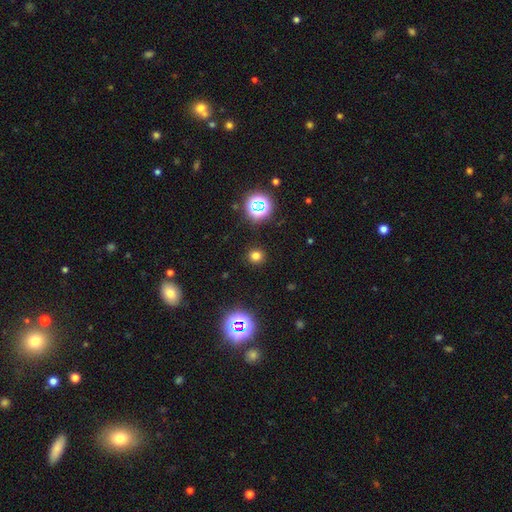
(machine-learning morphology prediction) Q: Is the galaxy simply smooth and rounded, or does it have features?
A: smooth — 72%.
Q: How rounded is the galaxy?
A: round — 91%.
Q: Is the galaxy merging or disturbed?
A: none — 90%.